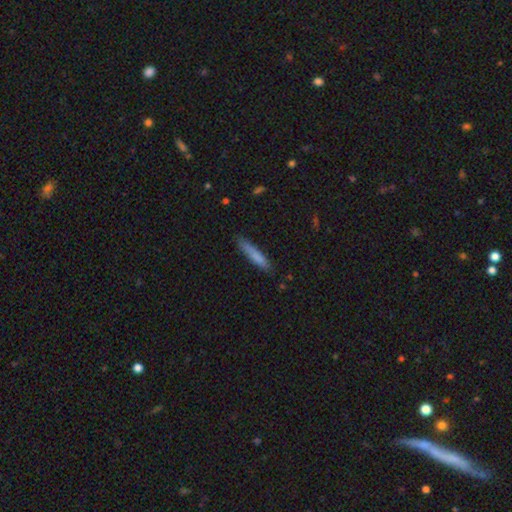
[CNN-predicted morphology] Smooth or featured? Predicted: smooth (p=0.79). How rounded? Predicted: cigar-shaped (p=0.91). Merging? Predicted: none (p=0.81).